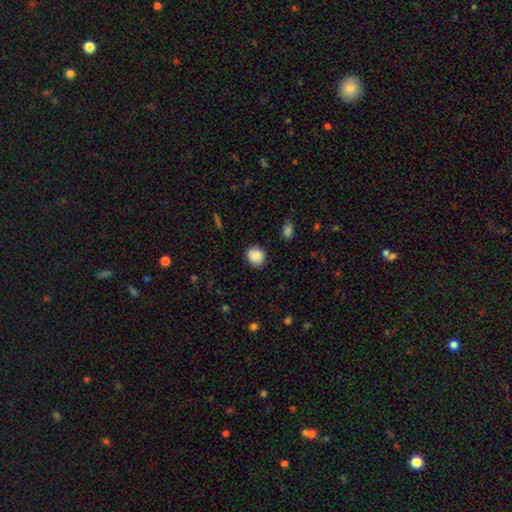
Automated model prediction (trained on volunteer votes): smooth 86%, star or artifact 8%, featured or disk 6%. Down the decision tree: how rounded — round (75%); merging — none (85%).